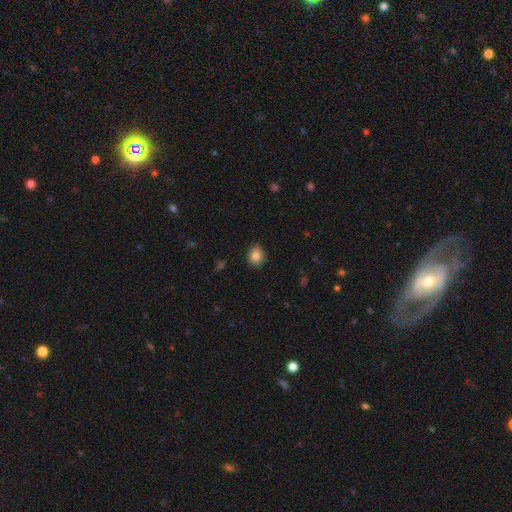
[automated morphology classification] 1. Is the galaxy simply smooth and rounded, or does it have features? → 84% smooth, 10% star or artifact, 6% featured or disk.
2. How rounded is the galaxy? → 73% round, 26% in between, 1% cigar-shaped.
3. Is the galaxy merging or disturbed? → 89% none, 8% minor disturbance, 2% major disturbance, 1% merger.